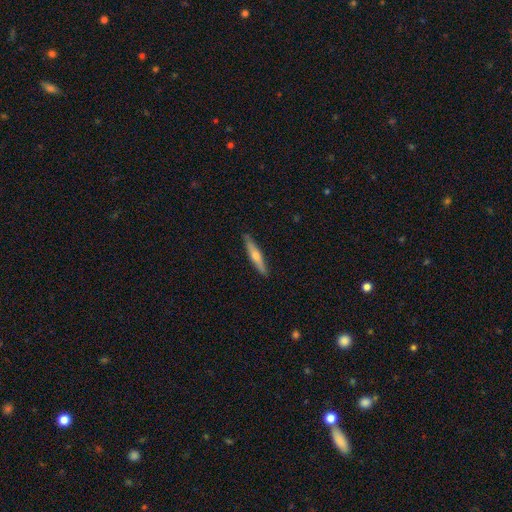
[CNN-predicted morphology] smooth_or_featured: featured or disk (p=0.55) [alt: smooth p=0.39]
disk_edge_on: yes (p=0.95) [alt: no p=0.05]
edge_on_bulge: rounded (p=0.86) [alt: none p=0.11]
merging: none (p=0.90) [alt: minor disturbance p=0.07]